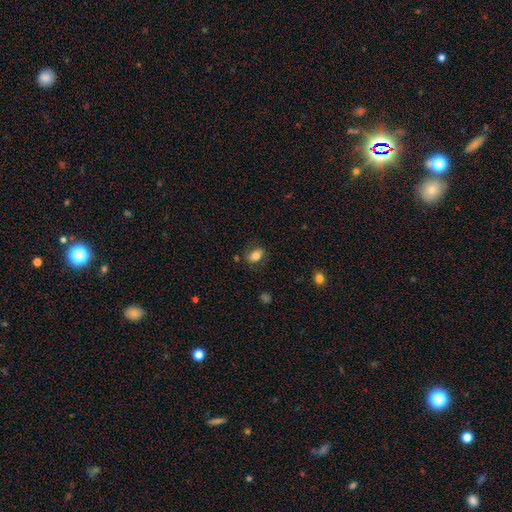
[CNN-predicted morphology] Smooth or featured?
  - smooth: 80% *
  - featured or disk: 11%
  - star or artifact: 9%
How rounded?
  - in between: 82% *
  - round: 15%
  - cigar-shaped: 2%
Merging?
  - none: 78% *
  - minor disturbance: 15%
  - major disturbance: 4%
  - merger: 2%